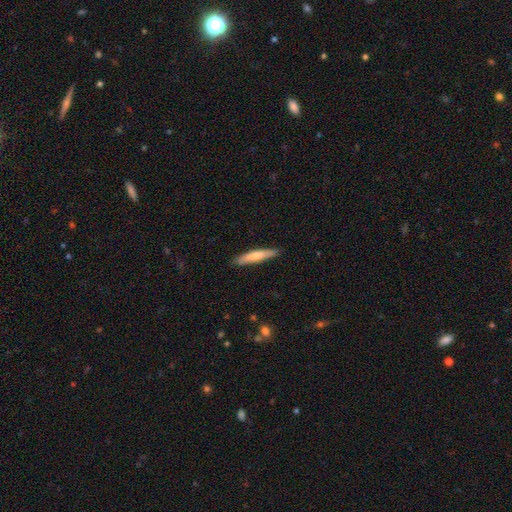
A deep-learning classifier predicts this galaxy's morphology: This appears to be a smooth galaxy with no disk features (71%) that is cigar-shaped (89%). Merging: none (88%).